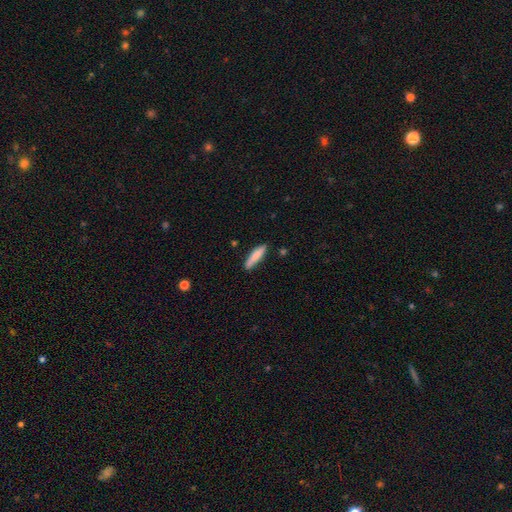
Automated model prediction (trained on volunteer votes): Q: Smooth or featured?
A: smooth (82%); runner-up: featured or disk (12%)
Q: How rounded?
A: cigar-shaped (80%); runner-up: in between (19%)
Q: Merging?
A: none (81%); runner-up: minor disturbance (15%)